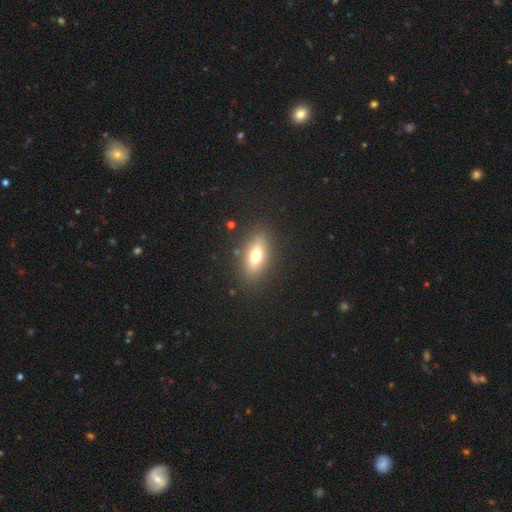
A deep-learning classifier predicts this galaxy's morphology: This appears to be a smooth galaxy with no disk features (69%) that is in between round and cigar-shaped (78%). Merging: none (86%).